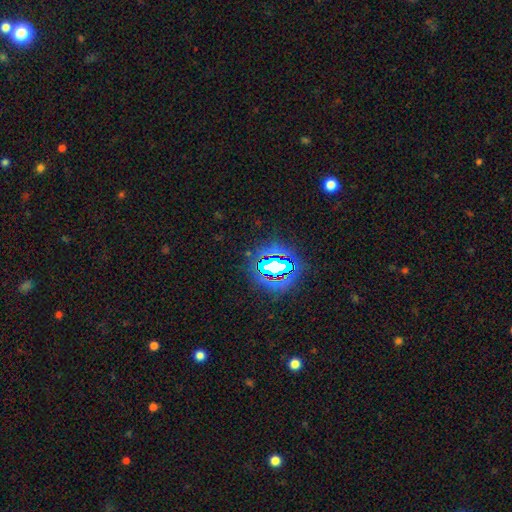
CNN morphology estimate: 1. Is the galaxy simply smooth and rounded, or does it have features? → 82% star or artifact, 11% smooth, 7% featured or disk.